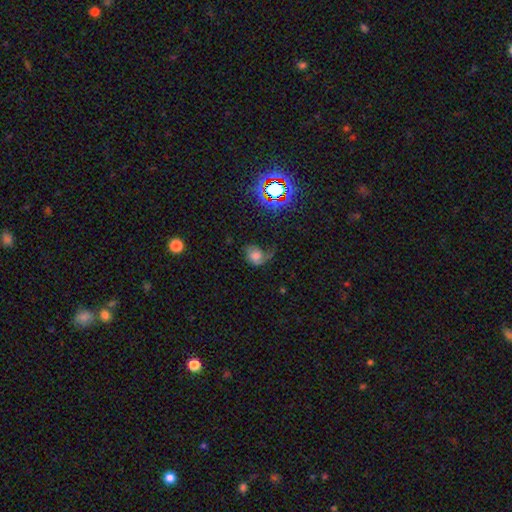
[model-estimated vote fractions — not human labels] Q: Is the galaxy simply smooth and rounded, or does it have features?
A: smooth — 48%.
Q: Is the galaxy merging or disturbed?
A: major disturbance — 39%.